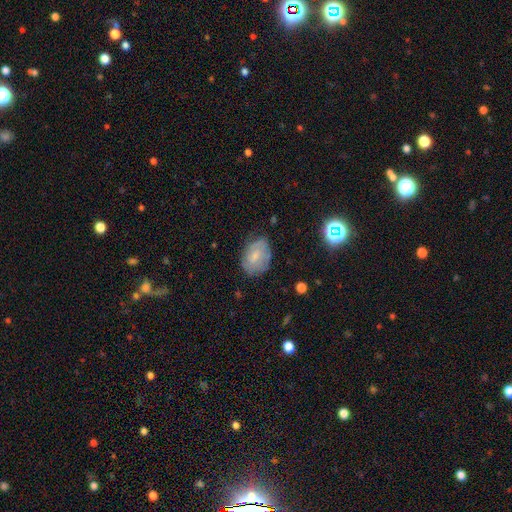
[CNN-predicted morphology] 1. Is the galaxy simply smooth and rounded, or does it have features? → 54% smooth, 36% featured or disk, 10% star or artifact.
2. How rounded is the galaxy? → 76% in between, 23% round, 1% cigar-shaped.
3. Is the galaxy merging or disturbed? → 67% none, 25% minor disturbance, 7% major disturbance, 2% merger.